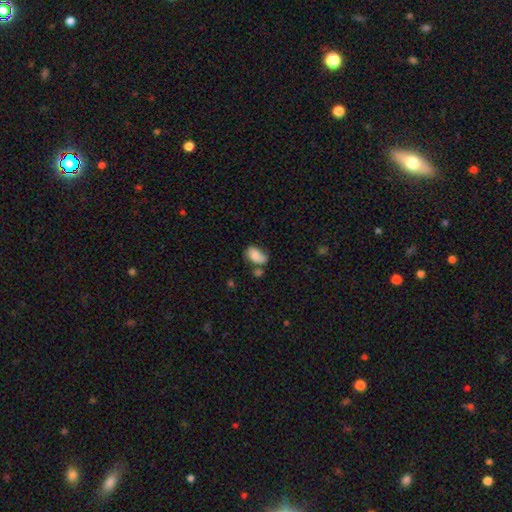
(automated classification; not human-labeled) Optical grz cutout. It shows a smooth galaxy with no disk features (72%) that is in between round and cigar-shaped (88%). Merging: none (40%).